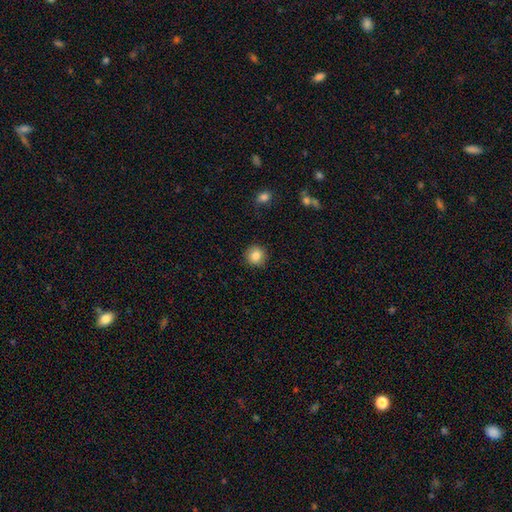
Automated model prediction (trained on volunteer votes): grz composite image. It shows a smooth galaxy with no disk features (84%) that is round (93%). Merging: none (91%).